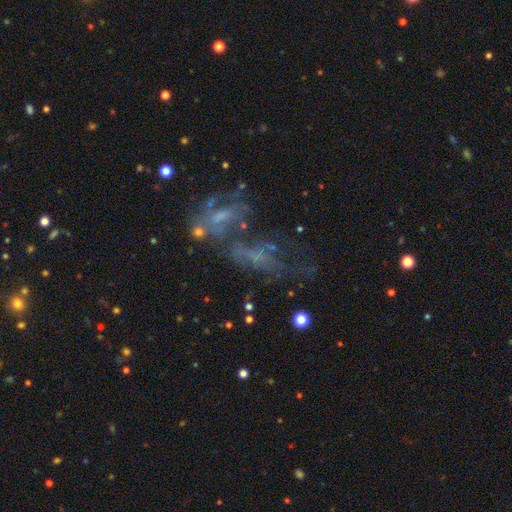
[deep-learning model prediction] Morphology: type=featured or disk (51%); edge-on=no (91%); merging=merger (32%).